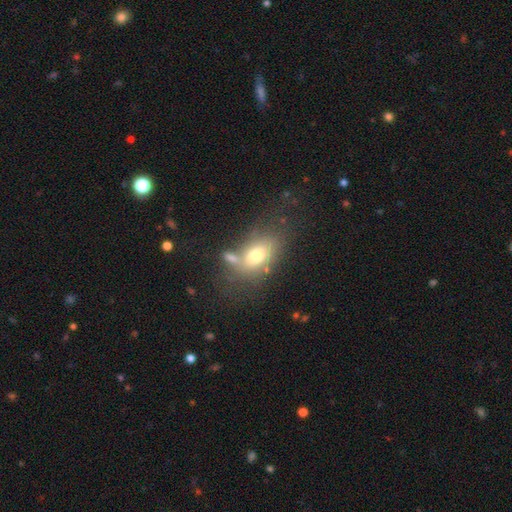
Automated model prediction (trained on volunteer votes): Smooth or featured?
  - smooth: 69% *
  - featured or disk: 20%
  - star or artifact: 11%
How rounded?
  - in between: 84% *
  - round: 13%
  - cigar-shaped: 3%
Merging?
  - none: 53% *
  - minor disturbance: 18%
  - merger: 18%
  - major disturbance: 11%